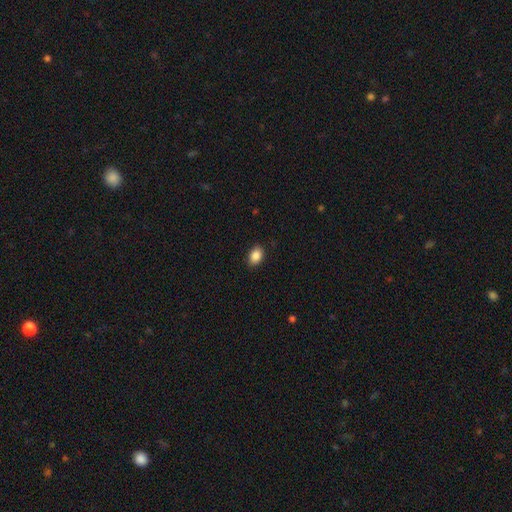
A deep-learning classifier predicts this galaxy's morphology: smooth-or-featured: smooth: 88% | star or artifact: 8% | featured or disk: 4%
  how-rounded: in between: 78% | round: 21% | cigar-shaped: 1%
  merging: none: 89% | minor disturbance: 8% | major disturbance: 2% | merger: 1%